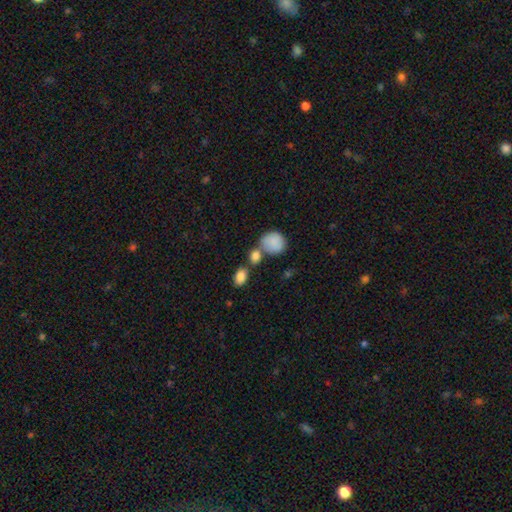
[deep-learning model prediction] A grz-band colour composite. It shows a smooth galaxy with no disk features (85%) that is in between round and cigar-shaped (50%). Merging: none (52%).